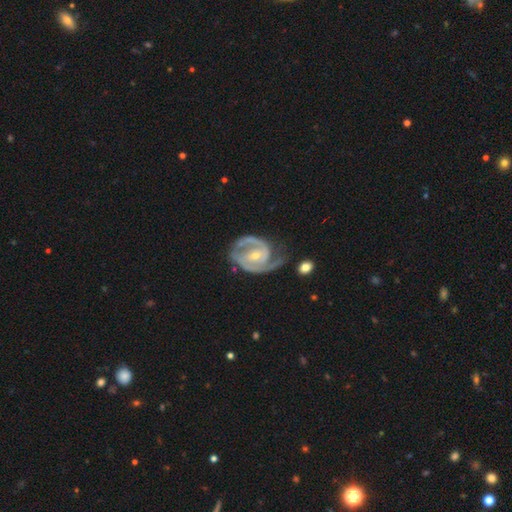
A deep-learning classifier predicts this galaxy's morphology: featured or disk 91%, smooth 6%, star or artifact 4%. Down the decision tree: edge-on disk — no (98%); bar — weak (41%); spiral arms — yes (97%); spiral arm count — 2 (81%); spiral winding — medium (48%); bulge size — small (64%); merging — none (57%).